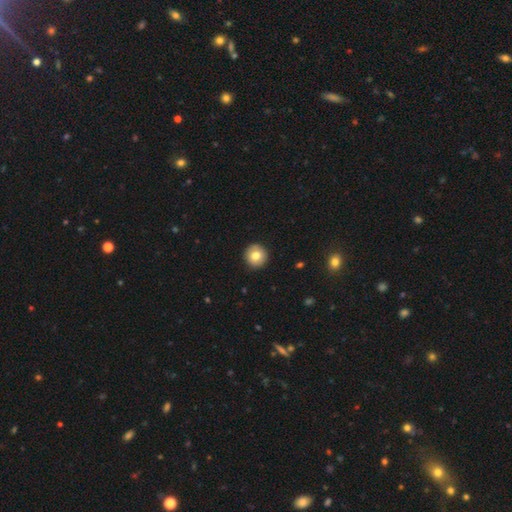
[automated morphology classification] This appears to be a smooth galaxy with no disk features (79%) that is round (95%). Merging: none (93%).